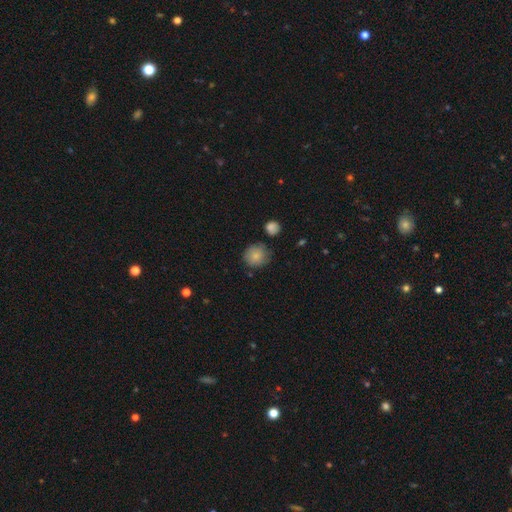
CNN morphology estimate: Smooth or featured? Predicted: smooth (p=0.82). How rounded? Predicted: round (p=0.88). Merging? Predicted: none (p=0.73).